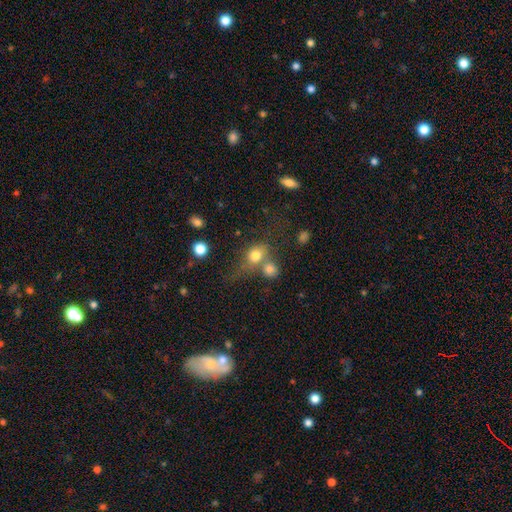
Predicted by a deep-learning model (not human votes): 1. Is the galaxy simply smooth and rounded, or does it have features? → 76% smooth, 12% featured or disk, 12% star or artifact.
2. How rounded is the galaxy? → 49% round (tied), 49% in between (tied), 3% cigar-shaped.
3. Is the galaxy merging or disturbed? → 41% merger, 35% none, 13% minor disturbance, 11% major disturbance.